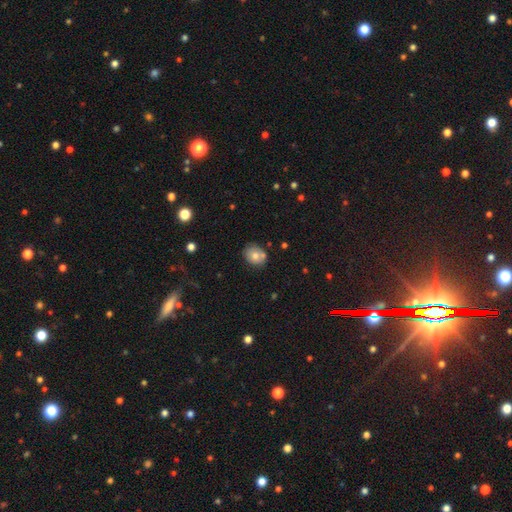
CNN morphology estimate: Smooth or featured? smooth (73%)
How rounded? round (52%)
Merging? none (69%)